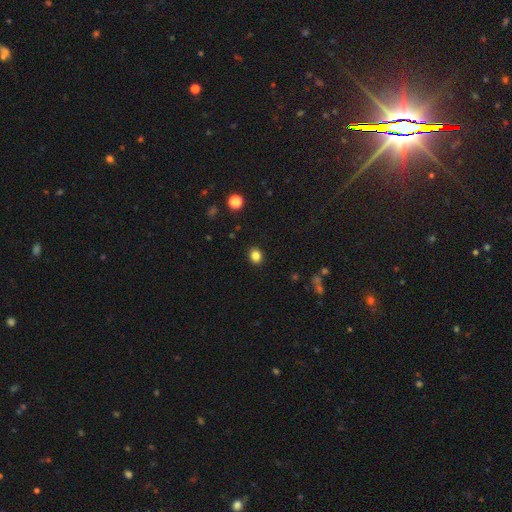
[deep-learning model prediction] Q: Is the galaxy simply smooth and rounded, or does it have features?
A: smooth — 84%.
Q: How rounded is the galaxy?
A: round — 69%.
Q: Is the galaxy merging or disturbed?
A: none — 91%.